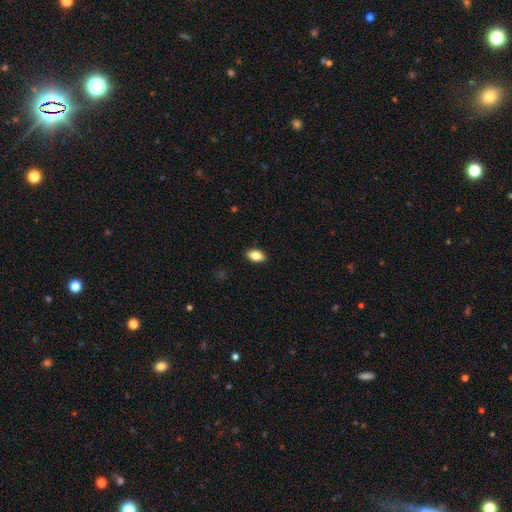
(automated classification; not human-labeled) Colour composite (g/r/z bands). It shows a smooth galaxy with no disk features (81%) that is in between round and cigar-shaped (89%). Merging: none (89%).